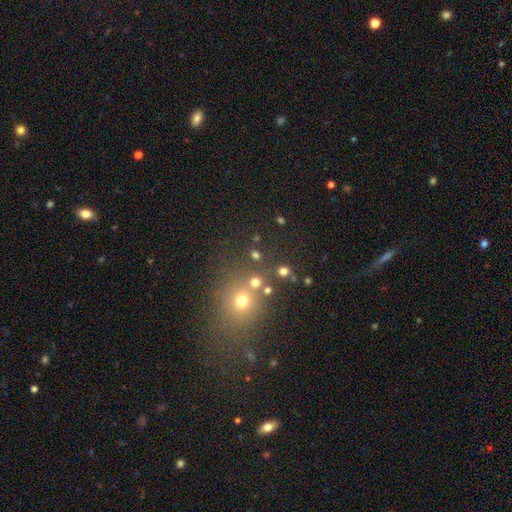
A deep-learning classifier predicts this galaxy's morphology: A smooth galaxy with no disk features (48%). Merging: none (67%).